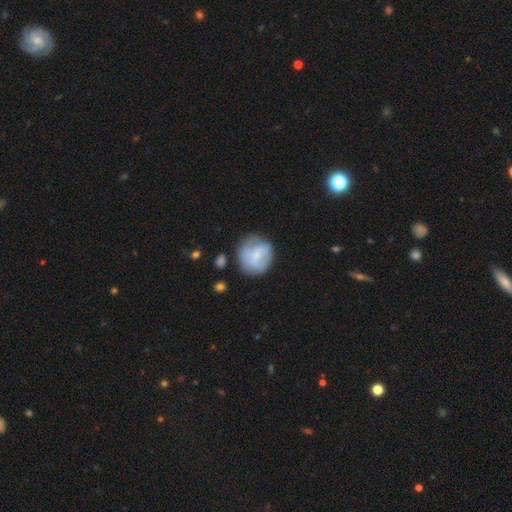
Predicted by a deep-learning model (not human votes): Overall: smooth (60%; featured or disk 33%). How rounded: round (80%). Merging: none (58%; minor disturbance 25%).